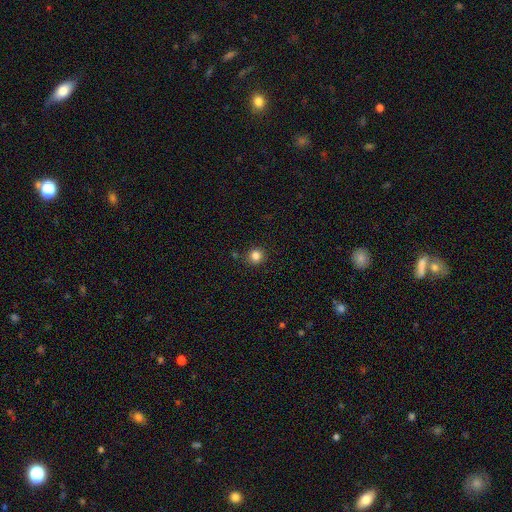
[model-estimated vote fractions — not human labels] This is clearly a smooth galaxy (83%). How rounded: clearly round (91%). Merging: clearly none (87%).